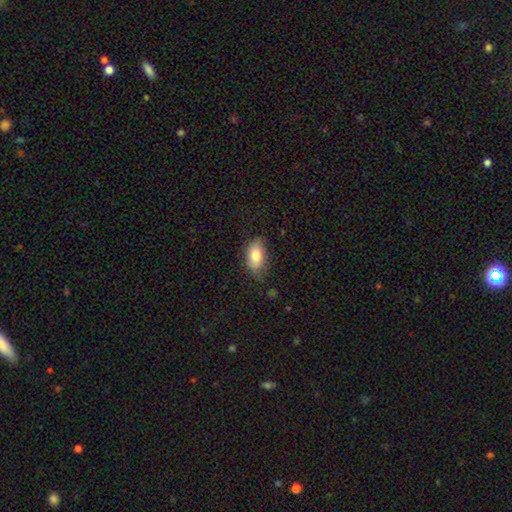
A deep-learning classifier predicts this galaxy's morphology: type=smooth (82%); roundness=in between (91%); merging=none (67%).